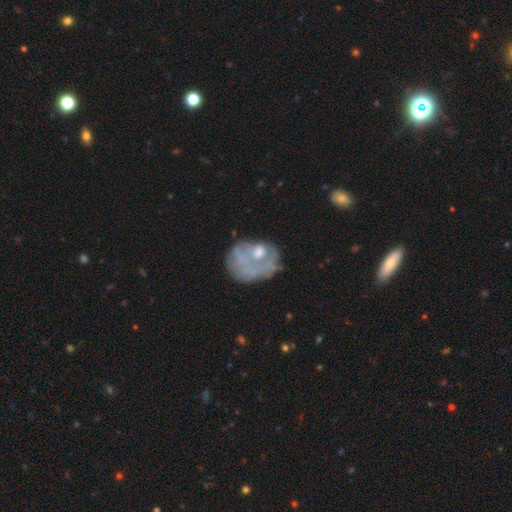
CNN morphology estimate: Overall: featured or disk (53%; smooth 36%). Edge-on disk: no (97%). Bar: no (90%). Spiral arms: no (87%). Bulge size: moderate (42%; none 30%). Merging: none (37%; major disturbance 31%).